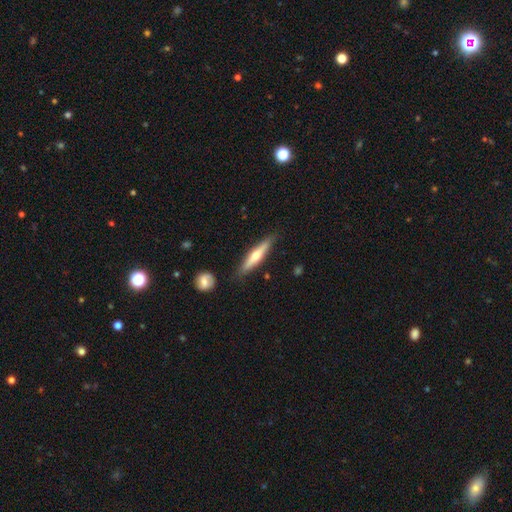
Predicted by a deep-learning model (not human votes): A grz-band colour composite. It shows a featured or disk galaxy (52%) viewed edge-on (94%). Merging: none (84%).